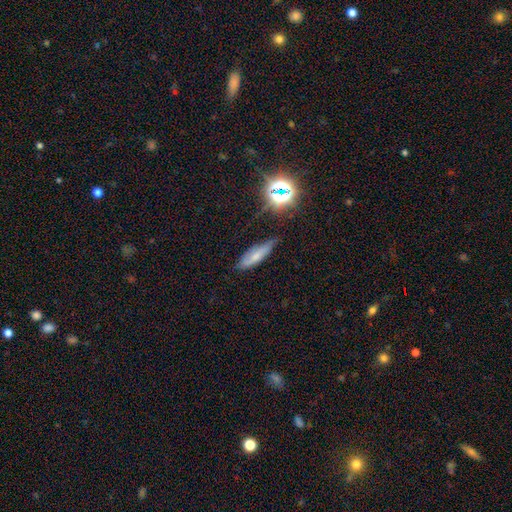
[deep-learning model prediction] A smooth galaxy with no disk features (57%) that is cigar-shaped (56%). Merging: none (68%).